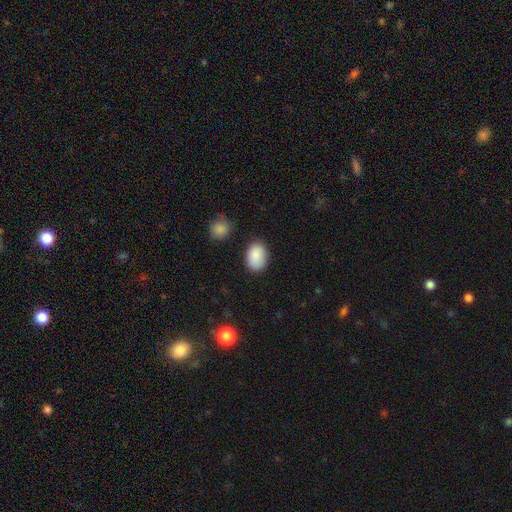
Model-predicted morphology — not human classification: This appears to be a smooth galaxy with no disk features (88%) that is in between round and cigar-shaped (82%). Merging: none (80%).